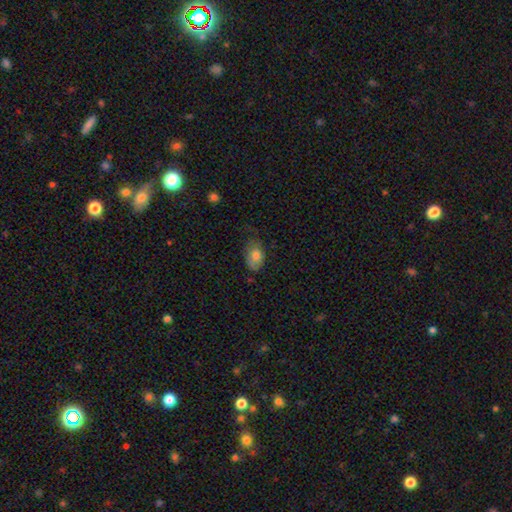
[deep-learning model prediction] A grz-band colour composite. It shows a smooth galaxy with no disk features (74%) that is in between round and cigar-shaped (85%). Merging: none (46%).